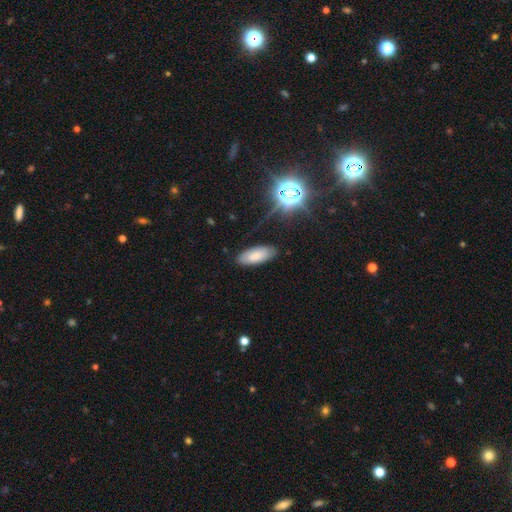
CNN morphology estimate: The model was most divided on "smooth or featured": smooth: 77%, featured or disk: 12%, star or artifact: 11%. More confident: merging — none (84%); how rounded — in between (82%).